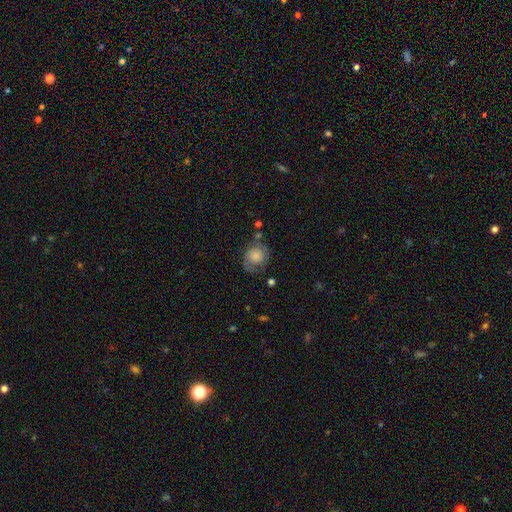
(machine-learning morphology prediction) Smooth or featured? Predicted: smooth (p=0.64). How rounded? Predicted: round (p=0.78). Merging? Predicted: none (p=0.56).